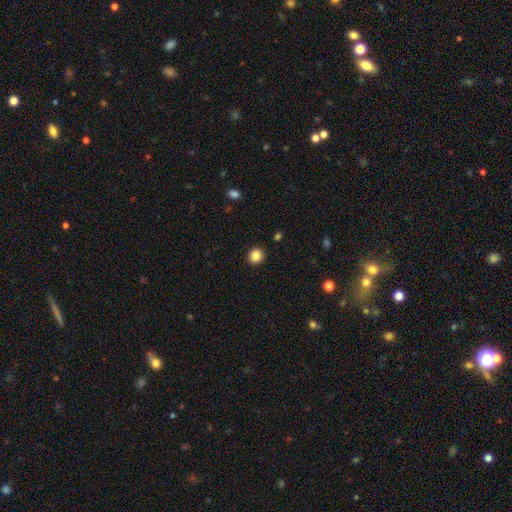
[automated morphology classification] A smooth galaxy with no disk features (86%) that is round (86%).

Vote fractions:
- Smooth or featured? smooth: 86% / star or artifact: 10% / featured or disk: 4%
- How rounded? round: 86% / in between: 13% / cigar-shaped: 1%
- Merging? none: 92% / minor disturbance: 5% / major disturbance: 2% / merger: 1%